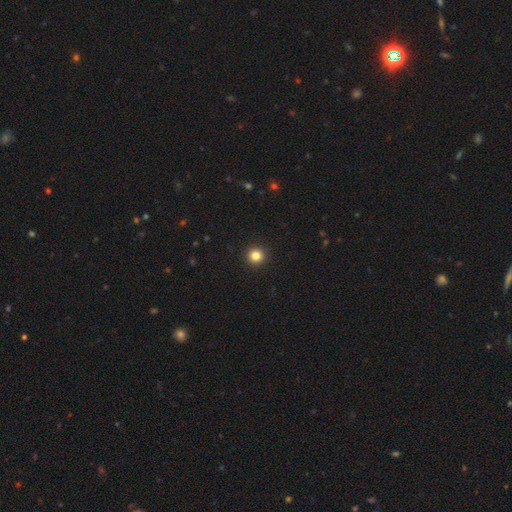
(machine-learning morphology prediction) Overall: smooth (84%). How rounded: round (95%). Merging: none (94%).